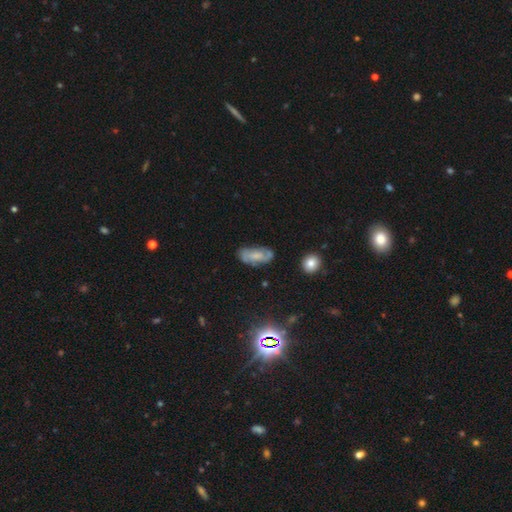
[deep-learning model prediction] Overall: featured or disk (55%; smooth 34%). Edge-on disk: no (92%). Bar: no (61%; weak 32%). Spiral arms: yes (79%). Bulge size: none (35%; moderate 27%). Merging: none (66%).